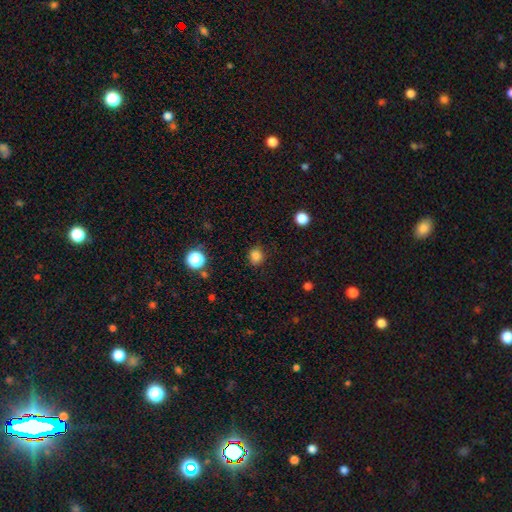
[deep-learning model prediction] This is clearly a smooth galaxy (82%). How rounded: likely round (74%). Merging: clearly none (86%).